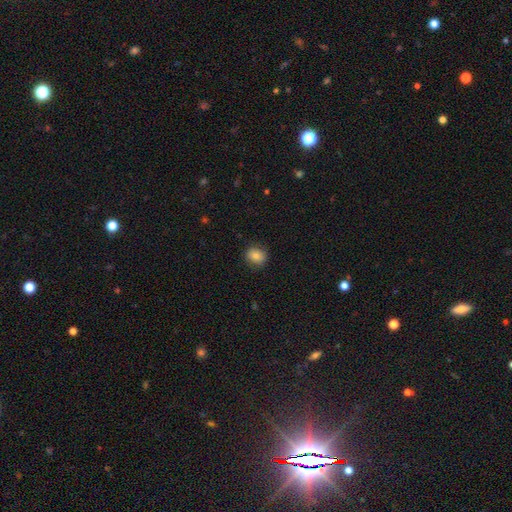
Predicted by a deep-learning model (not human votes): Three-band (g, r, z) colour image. It shows a smooth galaxy with no disk features (81%) that is round (64%). Merging: none (86%).